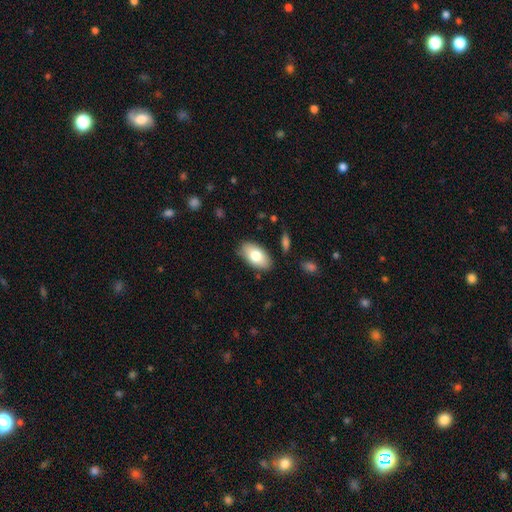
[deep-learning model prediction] Overall: smooth (77%). How rounded: in between (94%). Merging: none (83%).